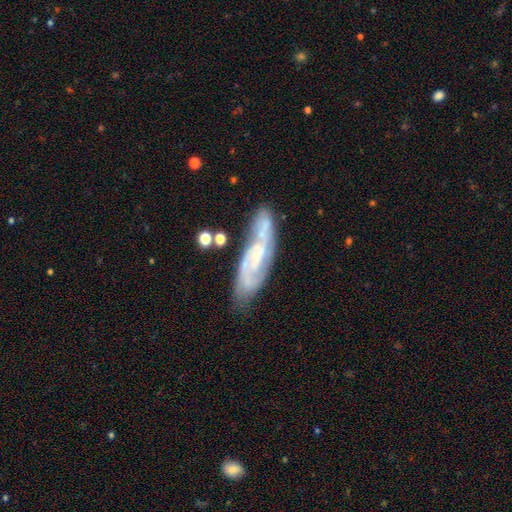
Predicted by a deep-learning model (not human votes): smooth_or_featured: featured or disk (p=0.80) [alt: smooth p=0.13]
disk_edge_on: no (p=0.85) [alt: yes p=0.15]
bar: no (p=0.46) [alt: weak p=0.40]
has_spiral_arms: yes (p=0.94) [alt: no p=0.06]
spiral_winding: tight (p=0.48) [alt: medium p=0.41]
spiral_arm_count: 2 (p=0.60) [alt: can't tell p=0.20]
bulge_size: small (p=0.68) [alt: moderate p=0.18]
merging: none (p=0.71) [alt: minor disturbance p=0.18]